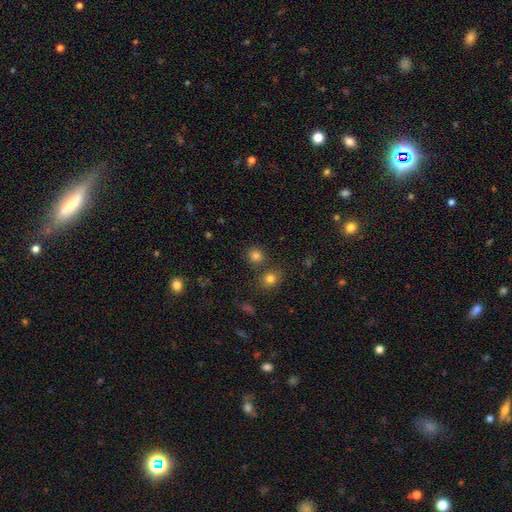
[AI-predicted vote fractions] smooth 81%, star or artifact 14%, featured or disk 5%. Down the decision tree: how rounded — round (83%); merging — none (74%).